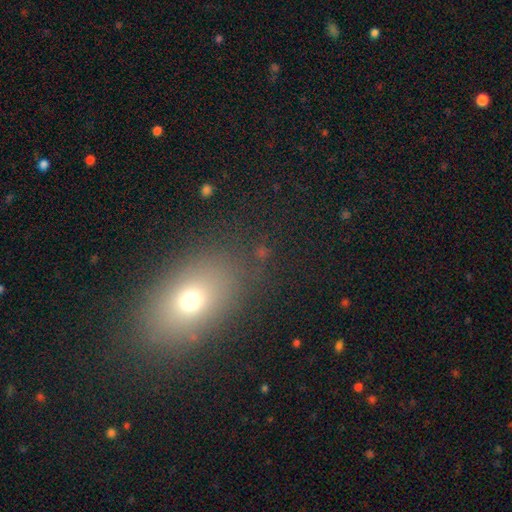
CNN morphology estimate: Smooth or featured? smooth (64%)
How rounded? in between (72%)
Merging? none (83%)